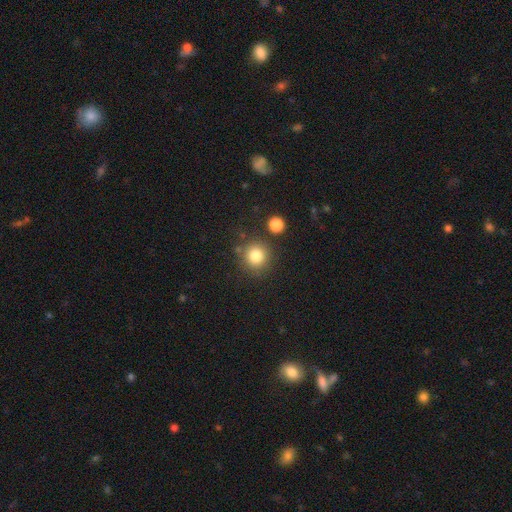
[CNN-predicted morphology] Smooth or featured?
  - smooth: 82% *
  - star or artifact: 12%
  - featured or disk: 6%
How rounded?
  - round: 92% *
  - in between: 7%
  - cigar-shaped: 1%
Merging?
  - none: 81% *
  - minor disturbance: 9%
  - merger: 7%
  - major disturbance: 3%